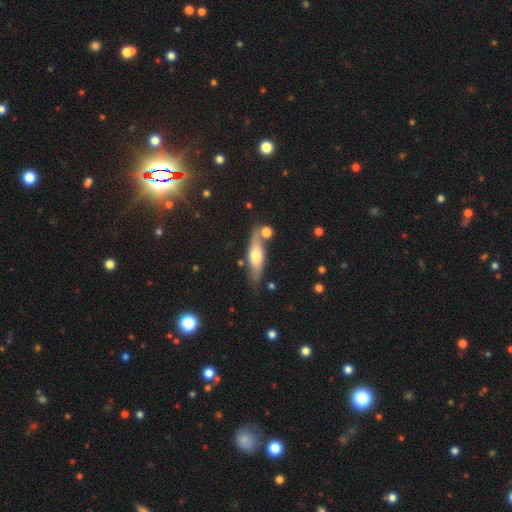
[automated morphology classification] This appears to be a smooth galaxy with no disk features (47%, tied with featured or disk). Merging: none (71%).